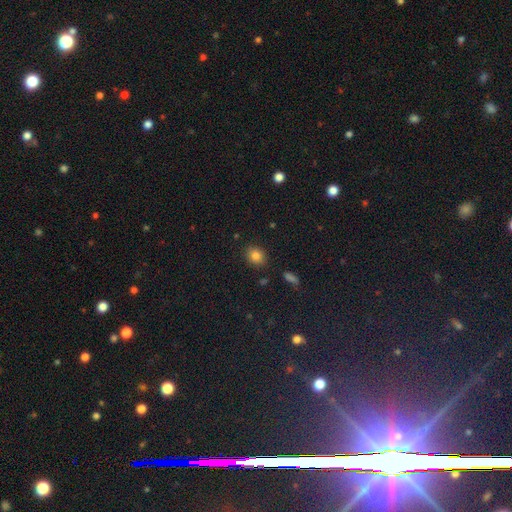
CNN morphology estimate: smooth 82%, star or artifact 11%, featured or disk 7%. Down the decision tree: how rounded — round (54%); merging — none (85%).